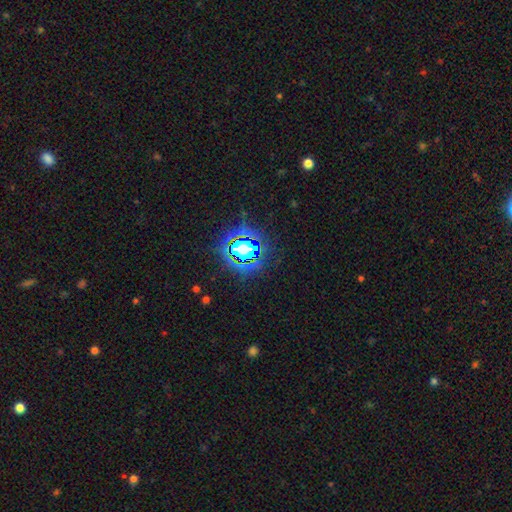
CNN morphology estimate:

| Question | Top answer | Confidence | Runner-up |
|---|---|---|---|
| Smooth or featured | star or artifact | 82% | smooth (11%) |